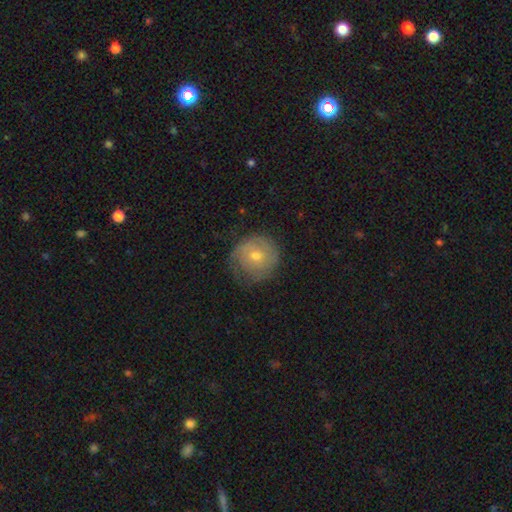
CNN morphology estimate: This is possibly a smooth galaxy (49%). Merging: likely none (66%).